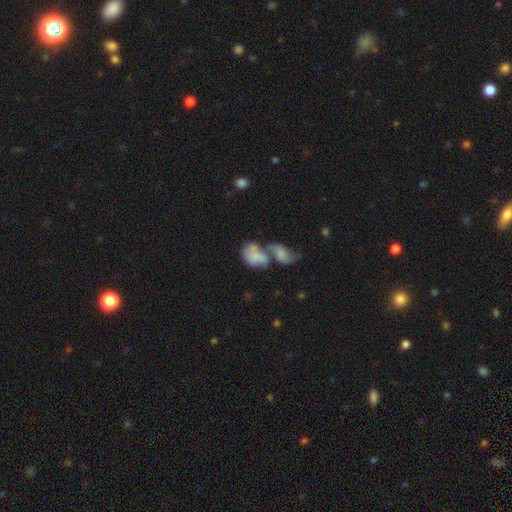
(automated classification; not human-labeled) This appears to be a smooth galaxy with no disk features (58%) that is in between round and cigar-shaped (79%). Merging: merger (69%).